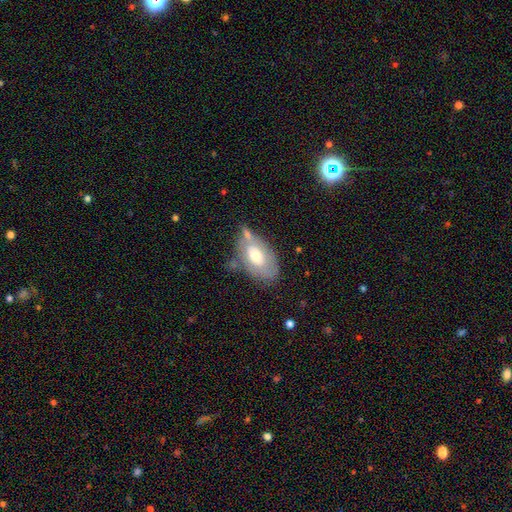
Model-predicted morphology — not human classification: A smooth galaxy with no disk features (57%) that is in between round and cigar-shaped (92%). Merging: none (49%).